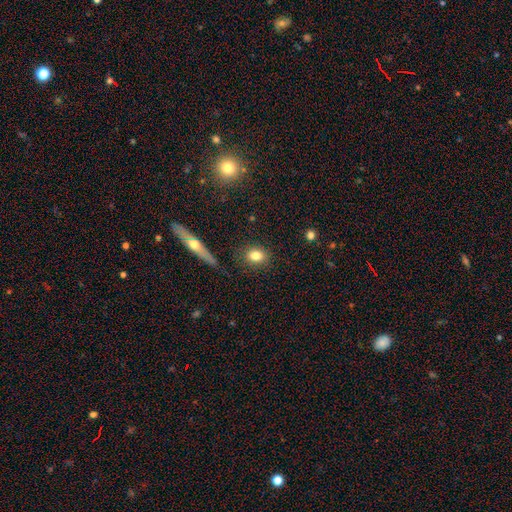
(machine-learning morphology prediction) type=smooth (81%); roundness=in between (49%); merging=none (86%).